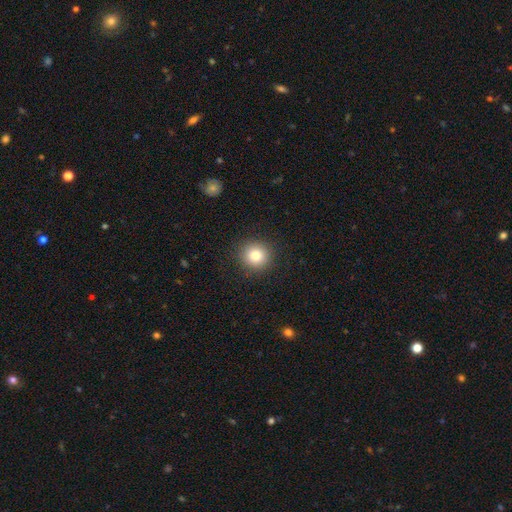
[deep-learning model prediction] smooth-or-featured: smooth: 81% | star or artifact: 11% | featured or disk: 8%
  how-rounded: round: 92% | in between: 7% | cigar-shaped: 1%
  merging: none: 91% | minor disturbance: 6% | major disturbance: 2% | merger: 1%